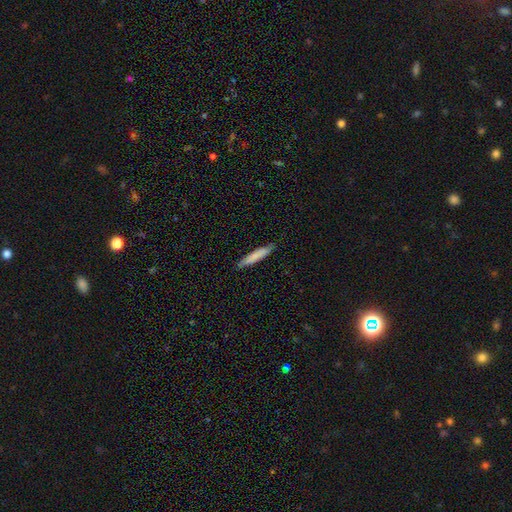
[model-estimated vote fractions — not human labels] Q: Smooth or featured?
A: smooth (74%); runner-up: featured or disk (21%)
Q: How rounded?
A: cigar-shaped (93%); runner-up: in between (6%)
Q: Merging?
A: none (87%); runner-up: minor disturbance (10%)